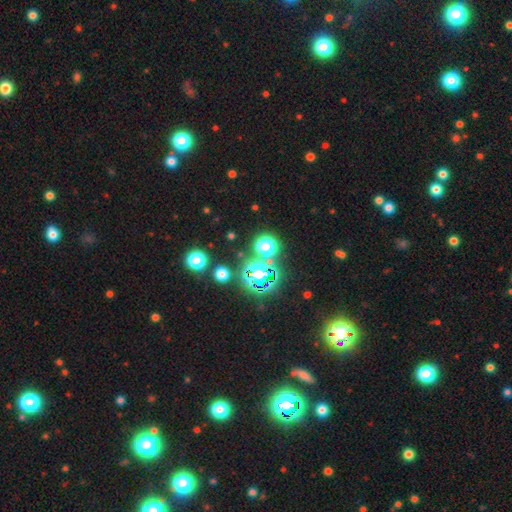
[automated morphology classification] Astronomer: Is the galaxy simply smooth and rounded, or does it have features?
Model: star or artifact — 74%.